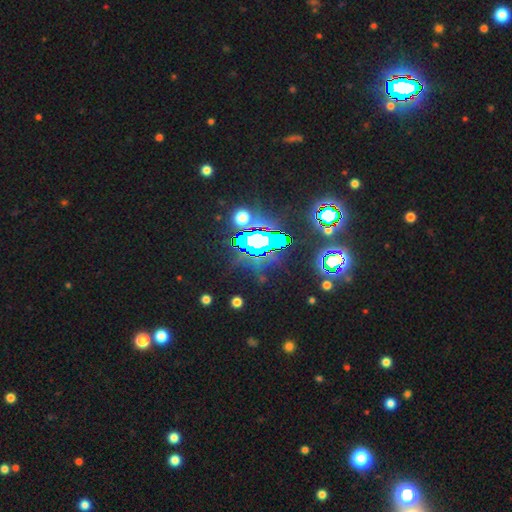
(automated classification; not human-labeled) Smooth or featured? star or artifact (84%)